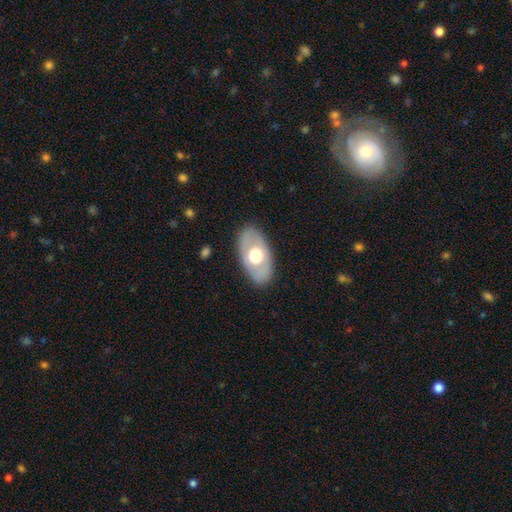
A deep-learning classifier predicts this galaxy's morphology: Overall: smooth (50%; featured or disk 45%). Merging: none (83%).